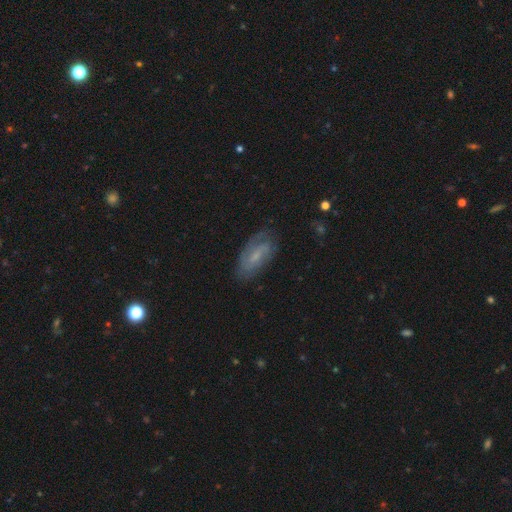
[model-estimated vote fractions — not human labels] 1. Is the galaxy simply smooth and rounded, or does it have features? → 56% featured or disk, 36% smooth, 8% star or artifact.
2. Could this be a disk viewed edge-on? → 91% no, 9% yes.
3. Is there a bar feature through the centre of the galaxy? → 46% no, 44% weak, 10% strong.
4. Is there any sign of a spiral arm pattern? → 80% yes, 20% no.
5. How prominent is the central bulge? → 51% small, 30% moderate, 16% none, 2% large, 1% dominant.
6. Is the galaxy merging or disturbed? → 69% none, 21% minor disturbance, 8% major disturbance, 2% merger.